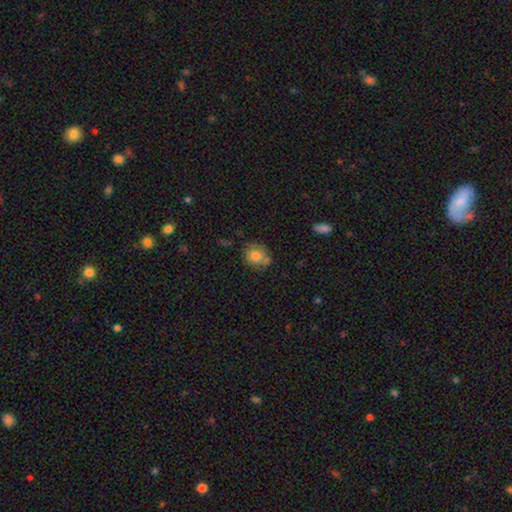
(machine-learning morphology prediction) Overall: smooth (76%). How rounded: round (67%; in between 32%). Merging: none (61%; minor disturbance 22%).